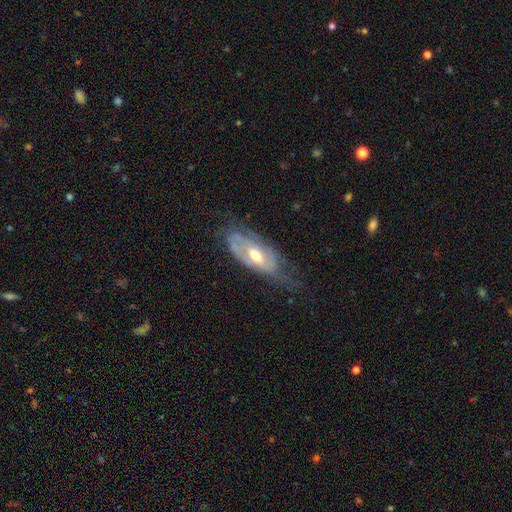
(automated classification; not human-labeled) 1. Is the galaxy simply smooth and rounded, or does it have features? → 73% featured or disk, 21% smooth, 6% star or artifact.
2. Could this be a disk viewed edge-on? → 86% no, 14% yes.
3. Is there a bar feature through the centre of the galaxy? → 50% no, 37% weak, 13% strong.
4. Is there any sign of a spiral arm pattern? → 72% yes, 28% no.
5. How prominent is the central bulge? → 74% moderate, 15% small, 9% large, 1% none, 1% dominant.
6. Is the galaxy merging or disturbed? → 52% none, 29% minor disturbance, 17% major disturbance, 2% merger.